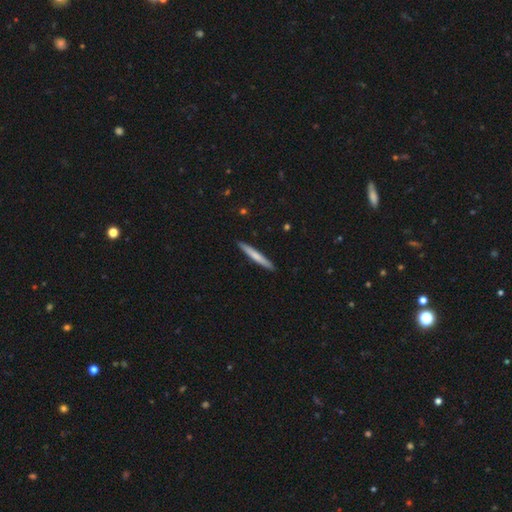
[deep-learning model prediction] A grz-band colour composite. It shows a smooth galaxy with no disk features (65%) that is cigar-shaped (96%). Merging: none (91%).